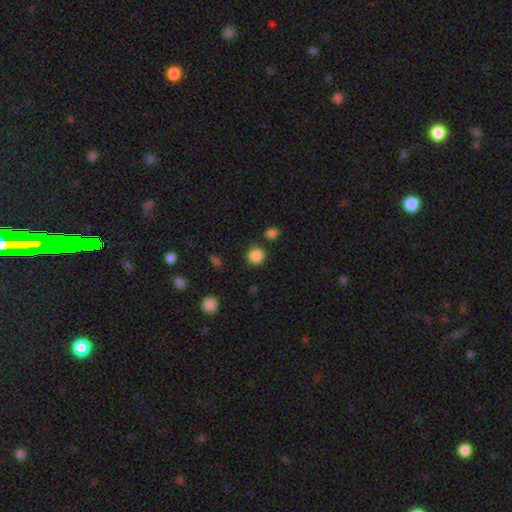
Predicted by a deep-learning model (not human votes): Q: Smooth or featured?
A: smooth (86%); runner-up: star or artifact (10%)
Q: How rounded?
A: round (90%); runner-up: in between (9%)
Q: Merging?
A: none (81%); runner-up: minor disturbance (10%)